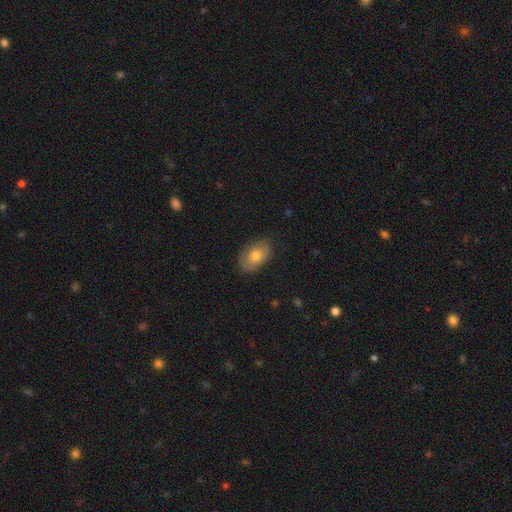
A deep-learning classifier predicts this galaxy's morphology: A smooth galaxy with no disk features (73%) that is in between round and cigar-shaped (87%).

Vote fractions:
- Smooth or featured? smooth: 73% / featured or disk: 19% / star or artifact: 7%
- How rounded? in between: 87% / round: 11% / cigar-shaped: 1%
- Merging? none: 78% / minor disturbance: 17% / major disturbance: 4% / merger: 1%